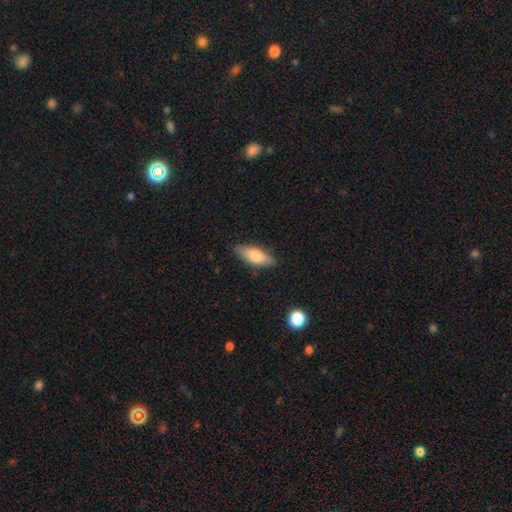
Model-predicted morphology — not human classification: Smooth or featured: smooth — 74% (featured or disk — 20%)
How rounded: in between — 69% (cigar-shaped — 28%)
Merging: none — 83% (minor disturbance — 14%)